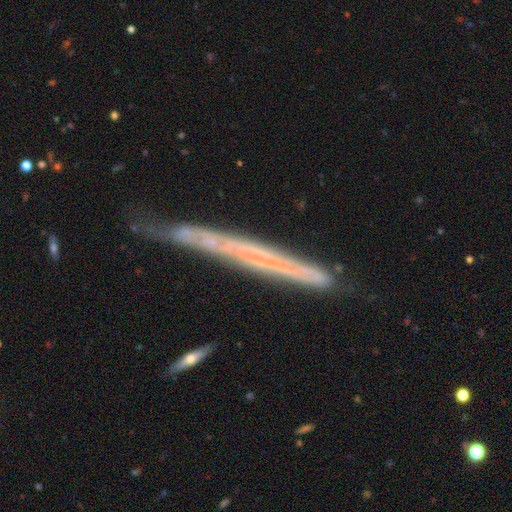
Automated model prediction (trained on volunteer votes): smooth-or-featured: featured or disk: 60% | smooth: 31% | star or artifact: 9%
  disk-edge-on: yes: 92% | no: 8%
    edge-on-bulge: none: 92% | rounded: 5% | boxy: 3%
  merging: none: 70% | minor disturbance: 22% | major disturbance: 4% | merger: 3%